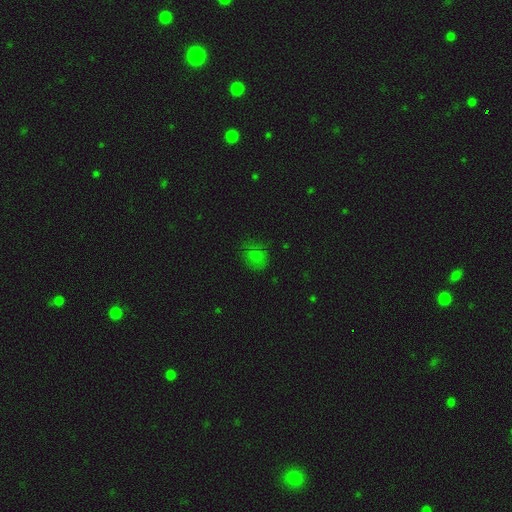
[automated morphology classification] A smooth galaxy with no disk features (71%) that is round (68%).

Vote fractions:
- Smooth or featured? smooth: 71% / star or artifact: 21% / featured or disk: 9%
- How rounded? round: 68% / in between: 31% / cigar-shaped: 1%
- Merging? none: 64% / minor disturbance: 24% / major disturbance: 11% / merger: 2%